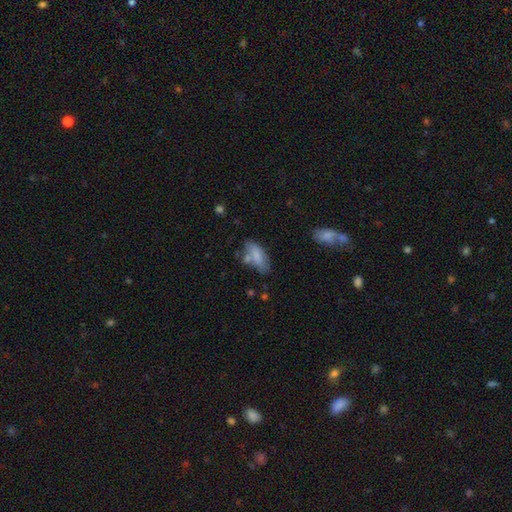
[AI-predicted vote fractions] Q: Smooth or featured?
A: smooth (75%); runner-up: featured or disk (18%)
Q: How rounded?
A: in between (84%); runner-up: cigar-shaped (14%)
Q: Merging?
A: none (52%); runner-up: minor disturbance (25%)